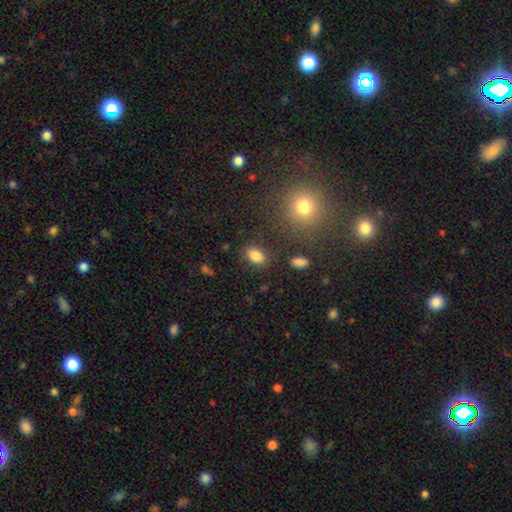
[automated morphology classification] This appears to be a smooth galaxy with no disk features (84%) that is in between round and cigar-shaped (84%). Merging: none (80%).